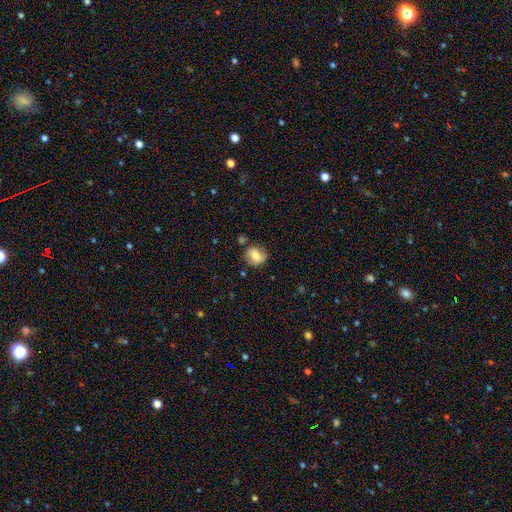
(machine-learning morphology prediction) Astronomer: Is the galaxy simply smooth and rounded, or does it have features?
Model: smooth — 51% (runner-up: featured or disk, 40%).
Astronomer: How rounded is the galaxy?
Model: round — 66%.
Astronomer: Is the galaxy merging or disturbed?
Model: none — 72%.